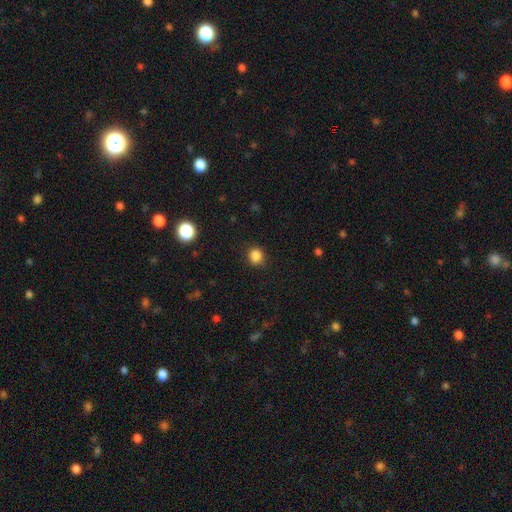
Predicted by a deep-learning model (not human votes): The model was most divided on "how rounded": round: 80%, in between: 19%, cigar-shaped: 1%. More confident: merging — none (86%); smooth or featured — smooth (85%).